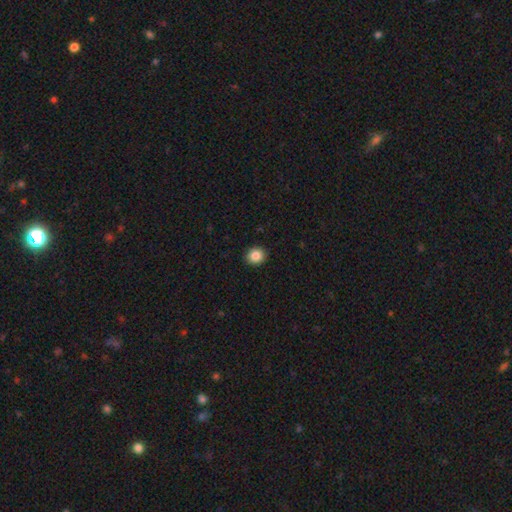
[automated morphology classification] Overall: smooth (86%). How rounded: round (78%). Merging: none (92%).